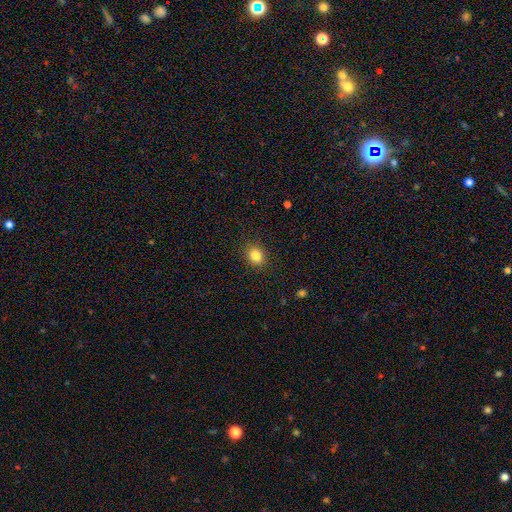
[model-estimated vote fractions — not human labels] The model was most divided on "how rounded": round: 51%, in between: 48%, cigar-shaped: 1%. More confident: merging — none (88%); smooth or featured — smooth (84%).